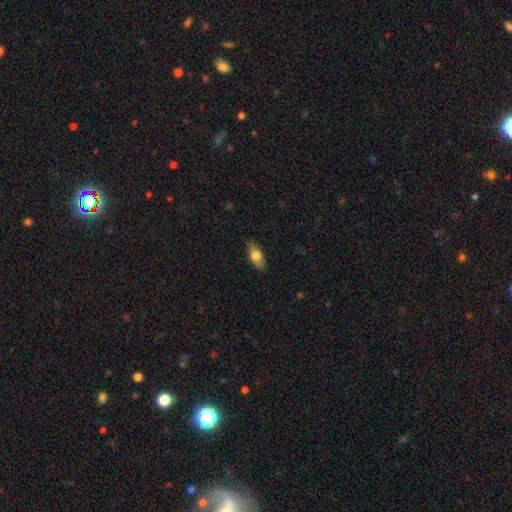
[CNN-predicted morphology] The model was most divided on "smooth or featured": smooth: 73%, featured or disk: 21%, star or artifact: 7%. More confident: merging — none (86%); how rounded — in between (83%).